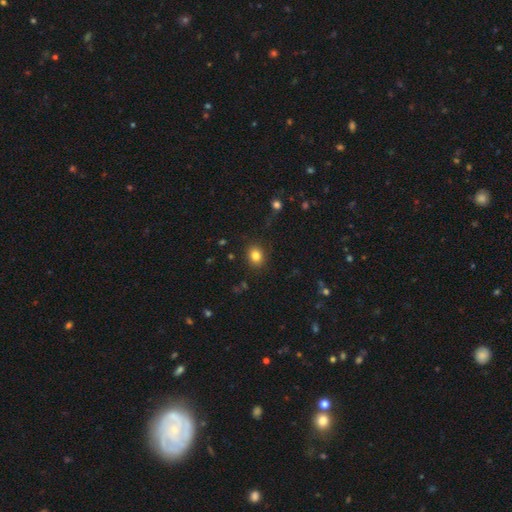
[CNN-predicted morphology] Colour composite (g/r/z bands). It shows a smooth galaxy with no disk features (82%) that is round (65%). Merging: none (87%).